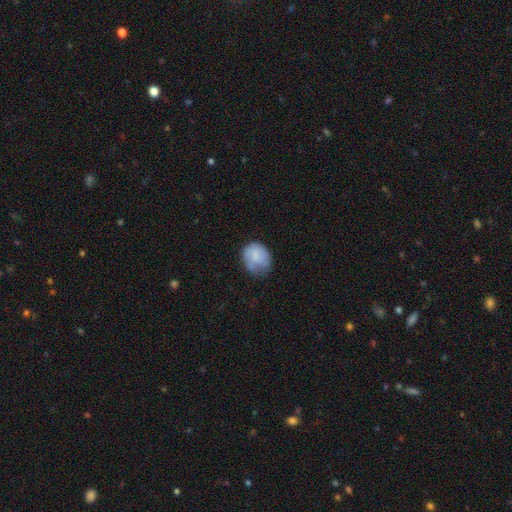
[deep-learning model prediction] Smooth or featured? Predicted: smooth (p=0.69). How rounded? Predicted: round (p=0.59). Merging? Predicted: none (p=0.50).